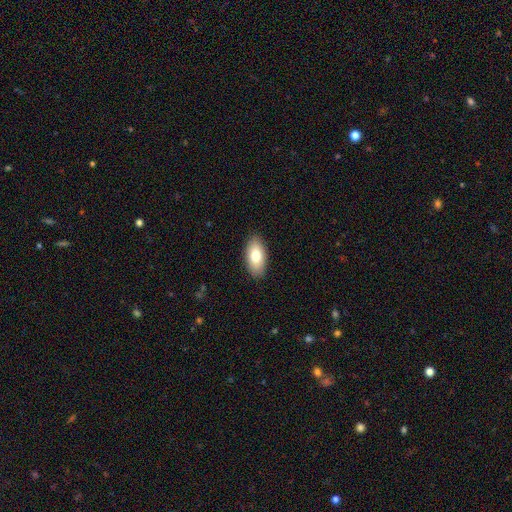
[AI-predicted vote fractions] Smooth or featured? smooth (79%)
How rounded? in between (93%)
Merging? none (89%)